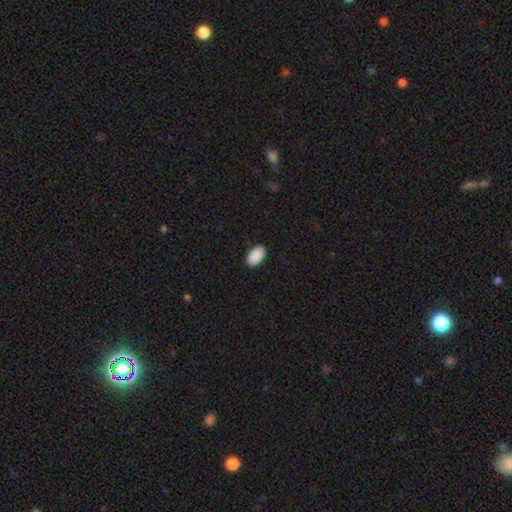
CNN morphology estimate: A smooth galaxy with no disk features (91%) that is in between round and cigar-shaped (95%). Merging: none (90%).